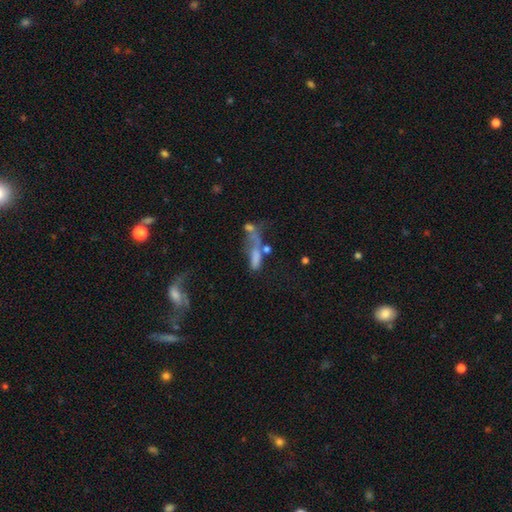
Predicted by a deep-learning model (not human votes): Morphology: type=smooth (41%); merging=merger (35%).